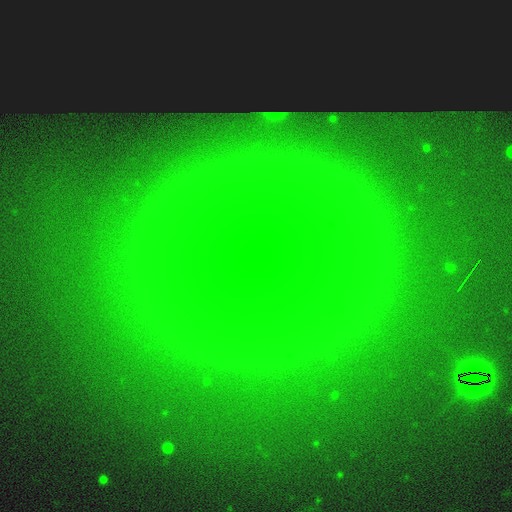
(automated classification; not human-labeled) The model was most divided on "smooth or featured": smooth: 57%, star or artifact: 31%, featured or disk: 11%. More confident: merging — none (78%); how rounded — round (73%).